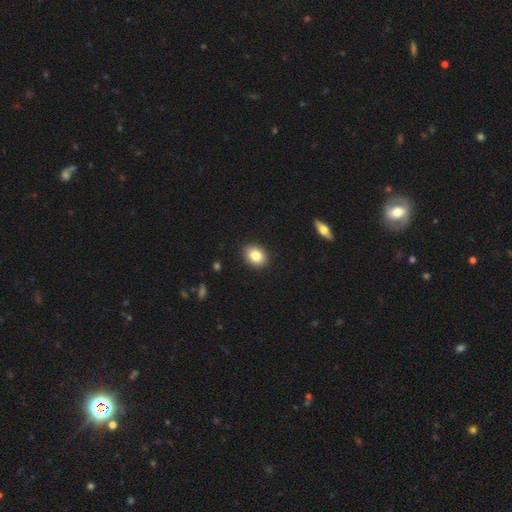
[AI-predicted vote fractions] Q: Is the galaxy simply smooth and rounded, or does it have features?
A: smooth — 82%.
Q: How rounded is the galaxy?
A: in between — 59%.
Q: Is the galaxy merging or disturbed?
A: none — 88%.